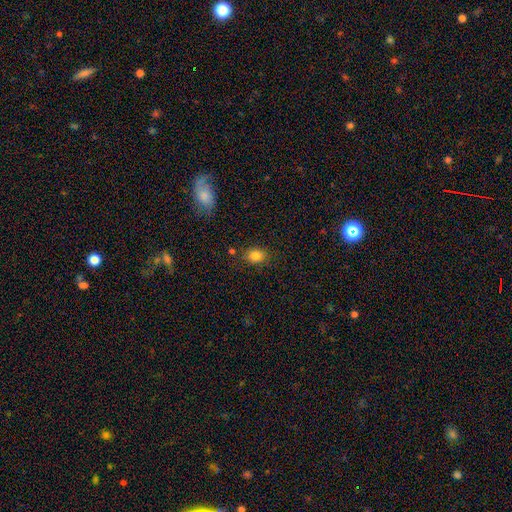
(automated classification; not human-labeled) smooth-or-featured: smooth: 83% | star or artifact: 11% | featured or disk: 7%
  how-rounded: in between: 65% | round: 33% | cigar-shaped: 1%
  merging: none: 81% | minor disturbance: 12% | merger: 3% | major disturbance: 3%